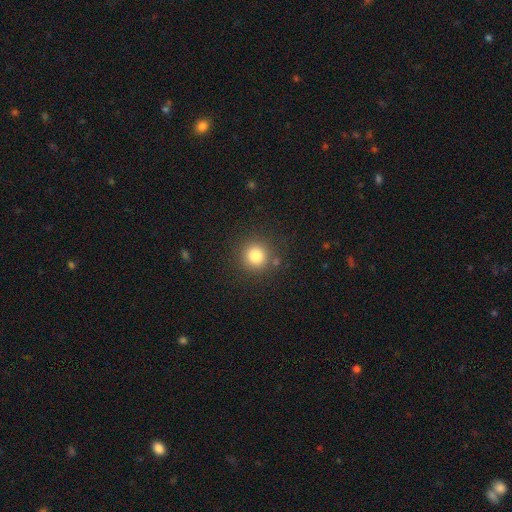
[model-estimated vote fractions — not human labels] Smooth or featured? Predicted: smooth (p=0.81). How rounded? Predicted: round (p=0.94). Merging? Predicted: none (p=0.86).